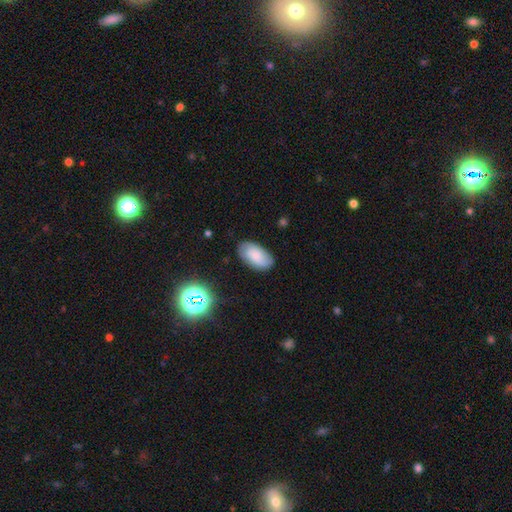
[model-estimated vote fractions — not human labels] Smooth or featured?
  - smooth: 62% *
  - featured or disk: 28%
  - star or artifact: 10%
How rounded?
  - in between: 94% *
  - round: 4%
  - cigar-shaped: 2%
Merging?
  - none: 81% *
  - minor disturbance: 14%
  - major disturbance: 3%
  - merger: 1%